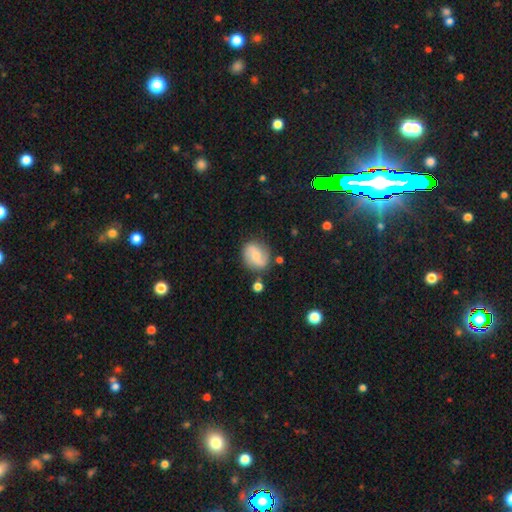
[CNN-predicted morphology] A featured or disk galaxy (55%) with no bar (48%), spiral arms (89%) and a small central bulge (48%).

Vote fractions:
- Smooth or featured? featured or disk: 55% / smooth: 37% / star or artifact: 7%
- Edge-on disk? no: 97% / yes: 3%
- Bar? no: 48% / weak: 40% / strong: 12%
- Spiral arms? yes: 89% / no: 11%
- Bulge size? small: 48% / moderate: 40% / none: 8% / large: 3% / dominant: 1%
- Merging? none: 75% / minor disturbance: 15% / merger: 5% / major disturbance: 4%